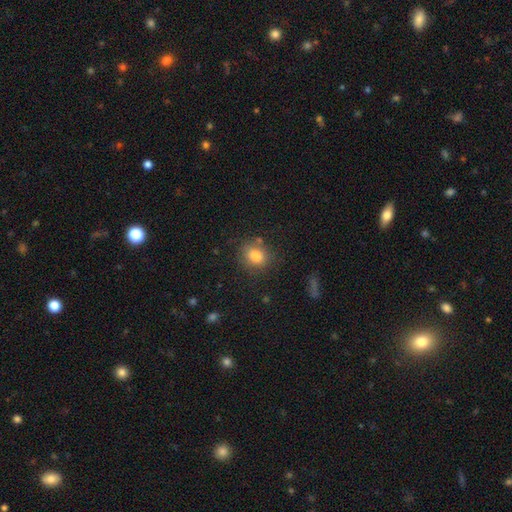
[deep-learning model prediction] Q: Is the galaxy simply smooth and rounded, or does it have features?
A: smooth — 81%.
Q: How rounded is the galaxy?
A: round — 62%.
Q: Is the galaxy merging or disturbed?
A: none — 76%.